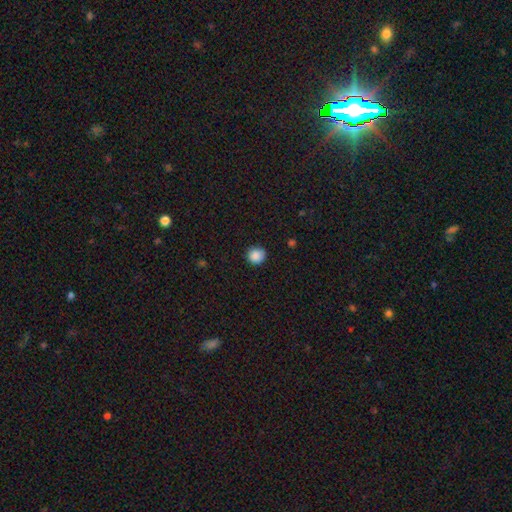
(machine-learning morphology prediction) This is clearly a smooth galaxy (88%). How rounded: clearly round (90%). Merging: clearly none (86%).